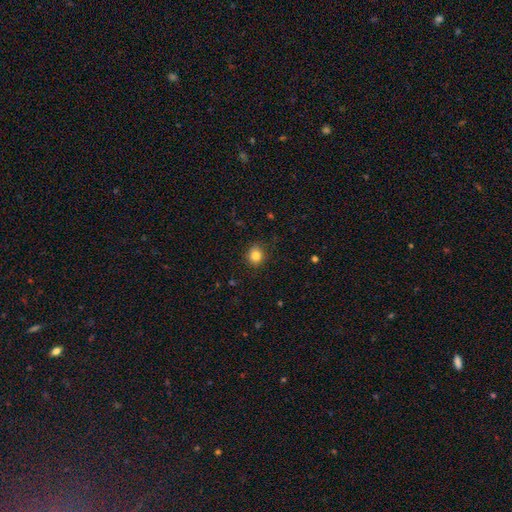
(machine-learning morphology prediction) The model was most divided on "how rounded": round: 77%, in between: 22%, cigar-shaped: 1%. More confident: merging — none (85%); smooth or featured — smooth (83%).